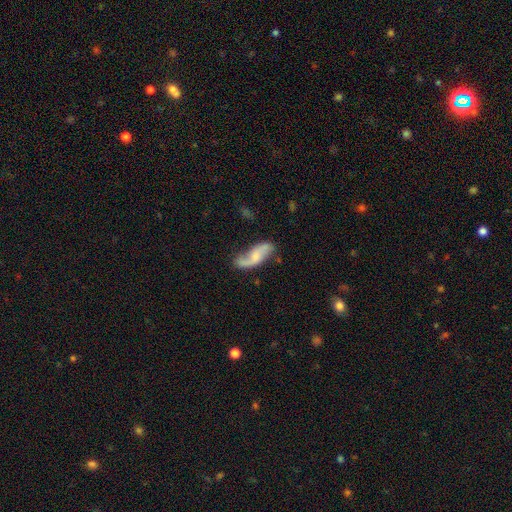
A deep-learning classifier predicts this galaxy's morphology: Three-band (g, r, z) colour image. It shows a featured or disk galaxy (67%) with no bar (56%), 2 (87%) loose (76%) spiral arms (92%) and a small central bulge (40%). Merging: none (64%).